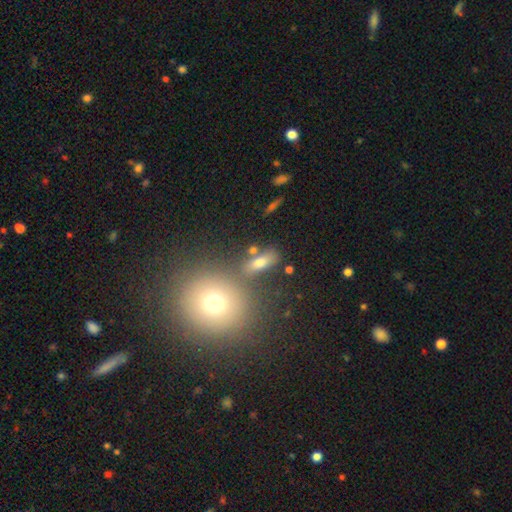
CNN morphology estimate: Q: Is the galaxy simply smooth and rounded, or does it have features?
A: smooth — 67%.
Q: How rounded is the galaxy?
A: in between — 60%.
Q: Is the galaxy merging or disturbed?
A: none — 65%.